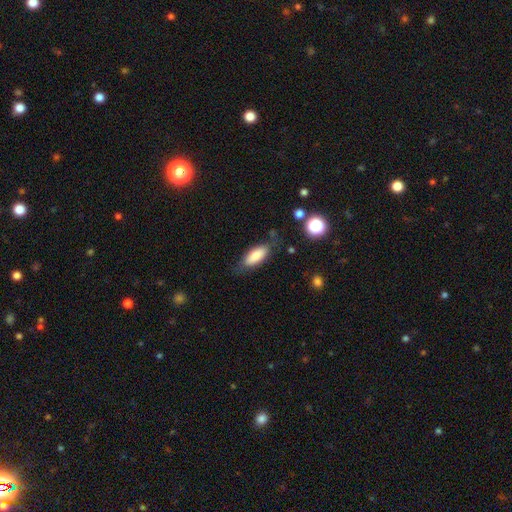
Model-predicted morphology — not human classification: smooth 83%, featured or disk 10%, star or artifact 7%. Down the decision tree: how rounded — in between (77%); merging — none (74%).